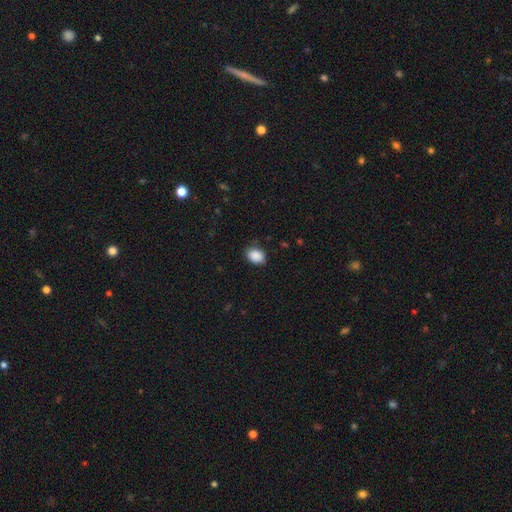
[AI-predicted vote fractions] This is clearly a smooth galaxy (89%). How rounded: likely in between (76%). Merging: clearly none (81%).